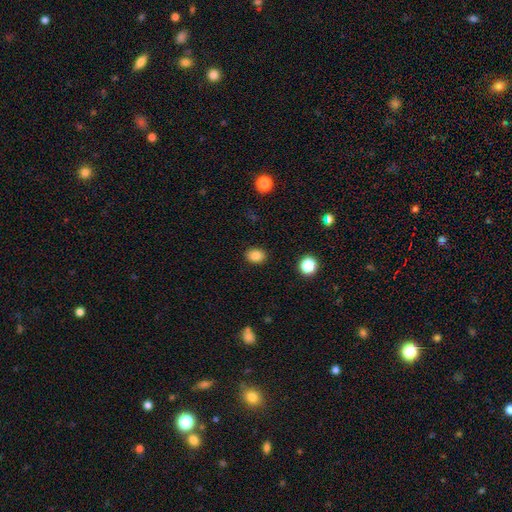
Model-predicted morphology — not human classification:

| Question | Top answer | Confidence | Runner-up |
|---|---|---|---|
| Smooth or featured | smooth | 85% | star or artifact (11%) |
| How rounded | in between | 63% | round (36%) |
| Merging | none | 89% | minor disturbance (8%) |